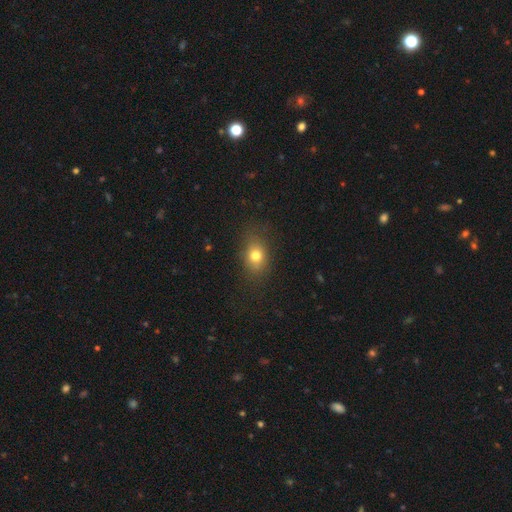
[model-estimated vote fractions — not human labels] The model was most divided on "how rounded": in between: 59%, round: 39%, cigar-shaped: 2%. More confident: merging — none (79%); smooth or featured — smooth (76%).